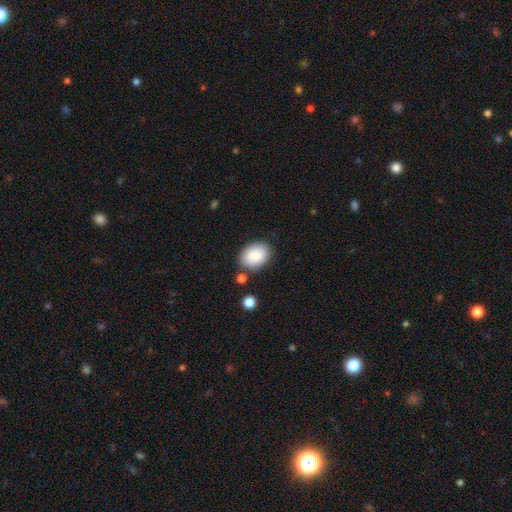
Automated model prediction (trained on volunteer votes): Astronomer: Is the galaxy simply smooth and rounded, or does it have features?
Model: smooth — 88%.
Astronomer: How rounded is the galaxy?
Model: in between — 77%.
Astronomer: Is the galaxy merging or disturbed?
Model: none — 79%.